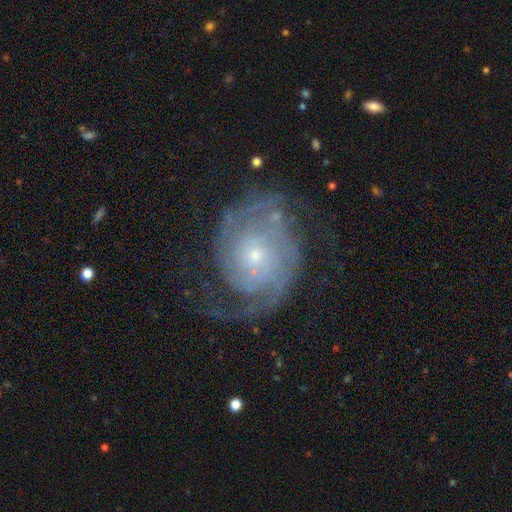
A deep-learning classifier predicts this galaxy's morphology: Overall: featured or disk (88%). Edge-on disk: no (98%). Bar: no (74%). Spiral arms: yes (97%). Spiral arm count: 2 (58%). Spiral winding: tight (54%; medium 35%). Bulge size: small (70%). Merging: none (67%).